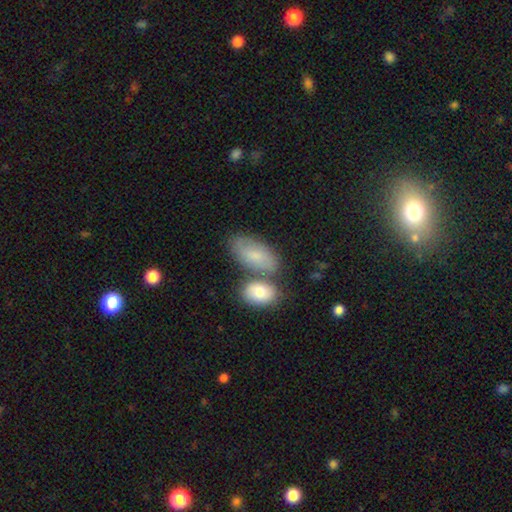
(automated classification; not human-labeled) Smooth or featured? Predicted: smooth (p=0.74). How rounded? Predicted: in between (p=0.92). Merging? Predicted: none (p=0.52).